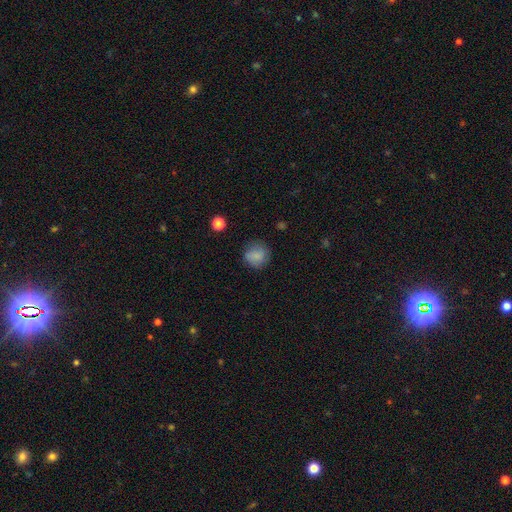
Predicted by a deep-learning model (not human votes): This is clearly a smooth galaxy (83%). How rounded: clearly round (87%). Merging: likely none (78%).